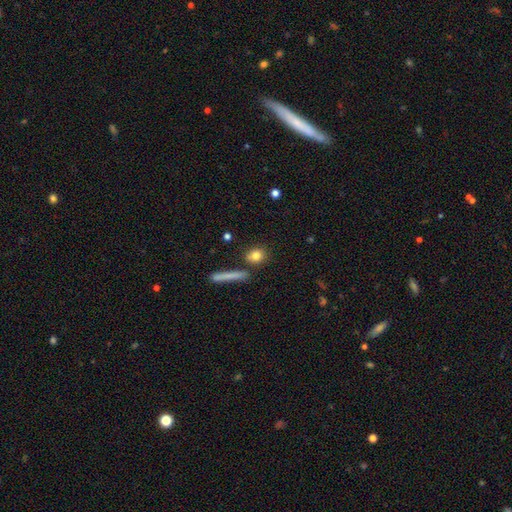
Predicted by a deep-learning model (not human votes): Overall: smooth (82%). How rounded: round (66%). Merging: none (81%).